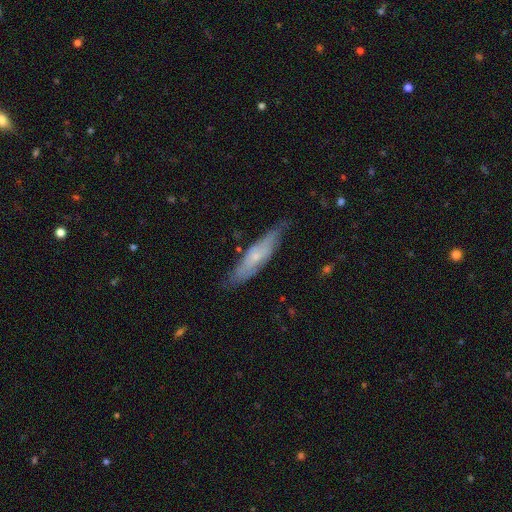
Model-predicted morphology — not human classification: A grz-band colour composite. It shows a featured or disk galaxy (56%). Merging: none (69%).